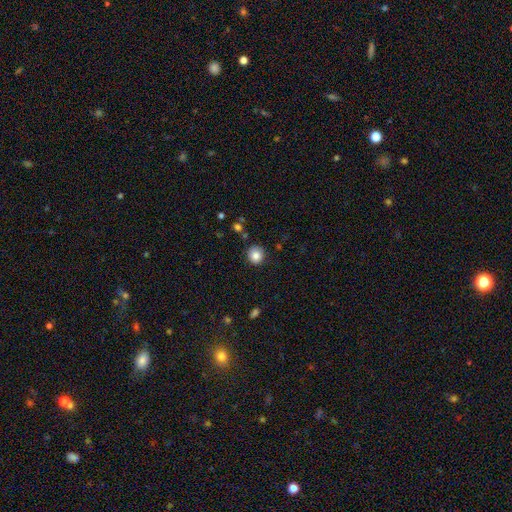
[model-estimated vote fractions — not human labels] smooth-or-featured: smooth: 84% | star or artifact: 10% | featured or disk: 7%
  how-rounded: round: 91% | in between: 9% | cigar-shaped: 1%
  merging: none: 86% | minor disturbance: 10% | major disturbance: 2% | merger: 2%